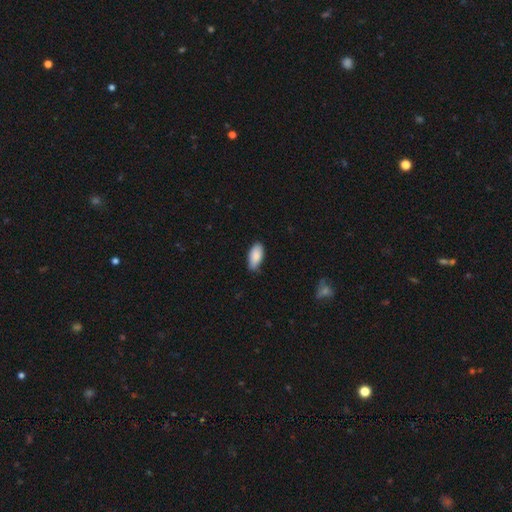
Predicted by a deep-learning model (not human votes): The model was most divided on "merging": none: 76%, minor disturbance: 20%, major disturbance: 2%, merger: 1%. More confident: how rounded — in between (92%); smooth or featured — smooth (88%).